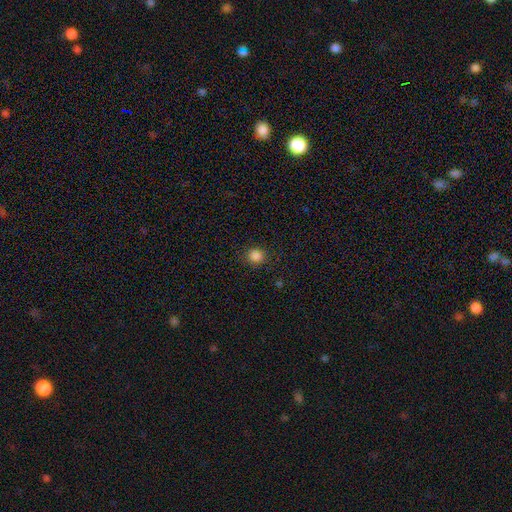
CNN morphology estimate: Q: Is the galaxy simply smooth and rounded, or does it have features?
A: smooth — 85%.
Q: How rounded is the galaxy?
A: round — 89%.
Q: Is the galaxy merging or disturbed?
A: none — 89%.